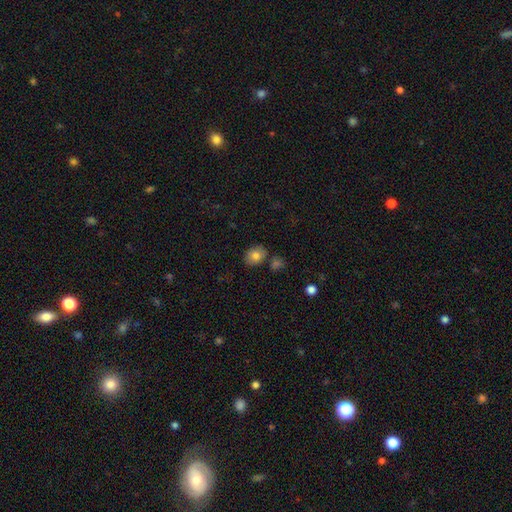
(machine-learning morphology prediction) The model was most divided on "how rounded": in between: 59%, round: 40%, cigar-shaped: 1%. More confident: smooth or featured — smooth (81%); merging — none (78%).